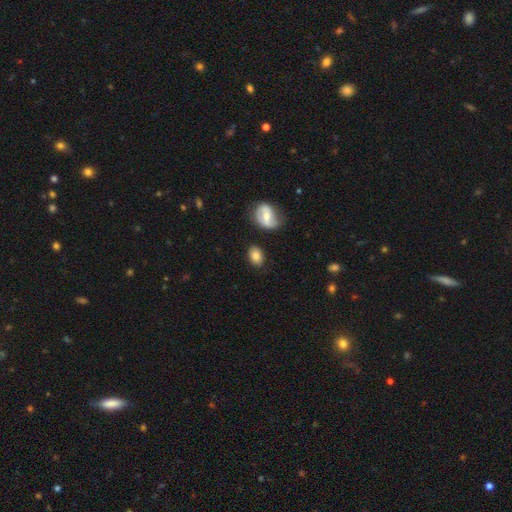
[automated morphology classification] Q: Smooth or featured?
A: smooth (82%); runner-up: featured or disk (10%)
Q: How rounded?
A: in between (77%); runner-up: round (21%)
Q: Merging?
A: none (80%); runner-up: minor disturbance (13%)